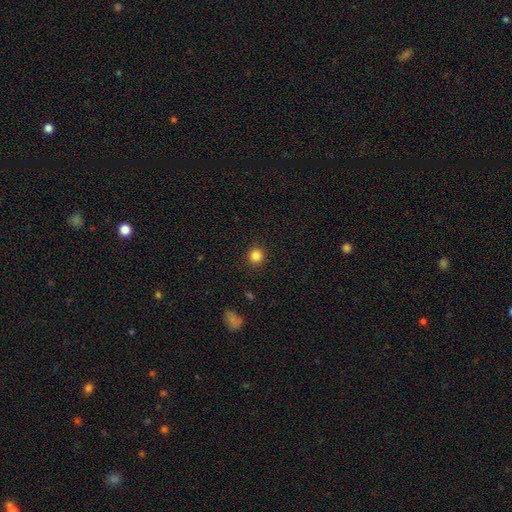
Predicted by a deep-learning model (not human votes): Q: Smooth or featured?
A: smooth (85%); runner-up: star or artifact (11%)
Q: How rounded?
A: round (92%); runner-up: in between (7%)
Q: Merging?
A: none (91%); runner-up: minor disturbance (6%)